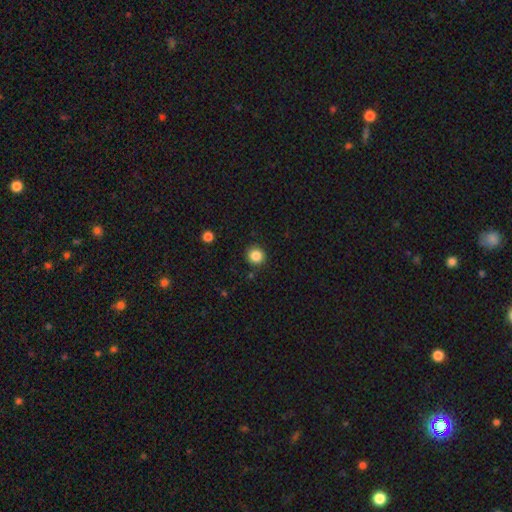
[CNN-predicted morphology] smooth-or-featured: smooth: 86% | star or artifact: 11% | featured or disk: 4%
  how-rounded: round: 92% | in between: 7% | cigar-shaped: 1%
  merging: none: 90% | minor disturbance: 6% | major disturbance: 2% | merger: 2%